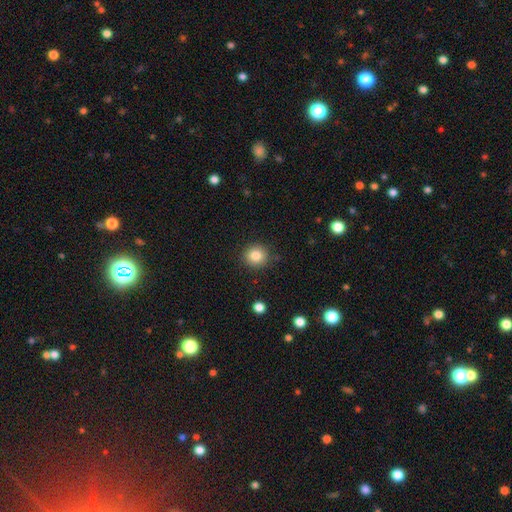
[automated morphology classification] A smooth galaxy with no disk features (84%) that is round (91%). Merging: none (89%).